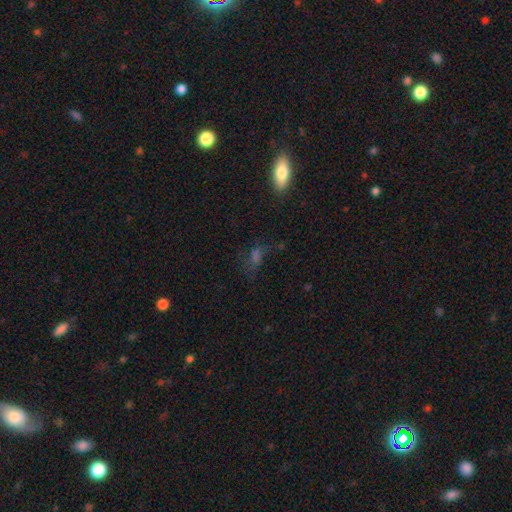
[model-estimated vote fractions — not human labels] Smooth or featured: smooth — 49% (star or artifact — 28%)
Merging: none — 54% (major disturbance — 20%)